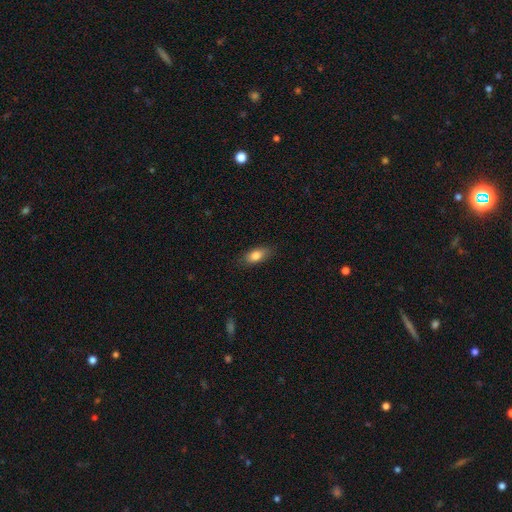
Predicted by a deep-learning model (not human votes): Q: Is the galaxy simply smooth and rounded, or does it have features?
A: smooth — 80%.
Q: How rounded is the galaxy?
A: in between — 84%.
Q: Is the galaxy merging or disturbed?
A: none — 83%.